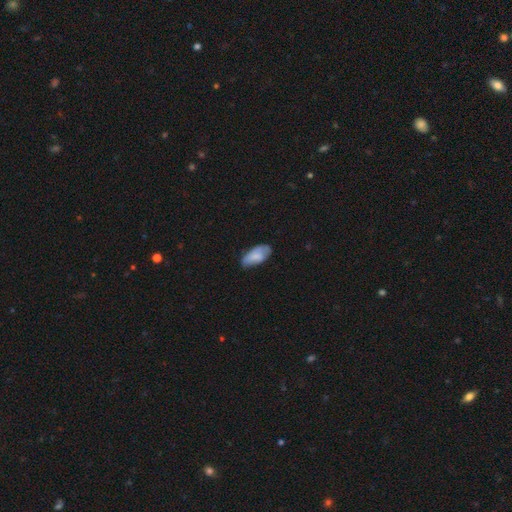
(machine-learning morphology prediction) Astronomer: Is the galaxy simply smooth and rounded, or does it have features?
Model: smooth — 74%.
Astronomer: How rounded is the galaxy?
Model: in between — 91%.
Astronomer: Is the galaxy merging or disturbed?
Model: none — 58%.